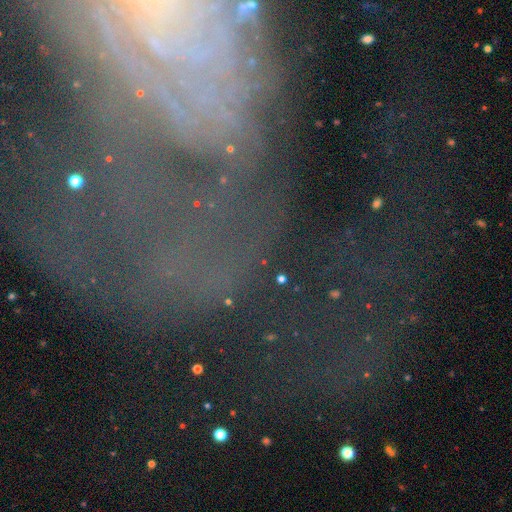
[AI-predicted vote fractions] featured or disk 46%, star or artifact 38%, smooth 16%. Down the decision tree: merging — none (59%).